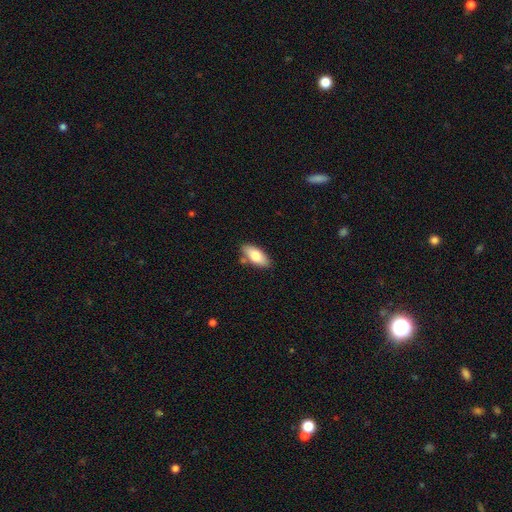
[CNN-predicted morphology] smooth 77%, featured or disk 17%, star or artifact 6%. Down the decision tree: how rounded — in between (85%); merging — none (79%).